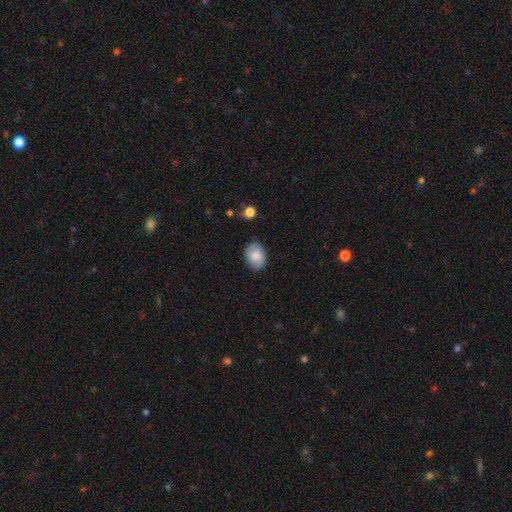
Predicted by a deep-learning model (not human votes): Q: Smooth or featured?
A: smooth (81%); runner-up: featured or disk (12%)
Q: How rounded?
A: in between (73%); runner-up: round (26%)
Q: Merging?
A: none (83%); runner-up: minor disturbance (13%)